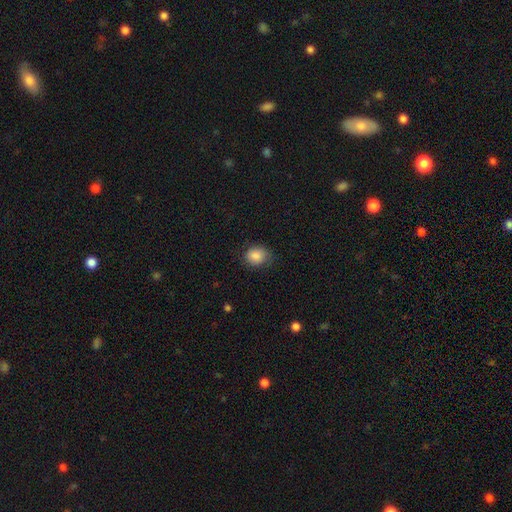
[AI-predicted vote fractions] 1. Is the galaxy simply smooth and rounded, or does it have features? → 86% smooth, 8% star or artifact, 6% featured or disk.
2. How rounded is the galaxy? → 56% round, 43% in between, 1% cigar-shaped.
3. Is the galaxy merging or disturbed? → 77% none, 17% minor disturbance, 4% major disturbance, 1% merger.